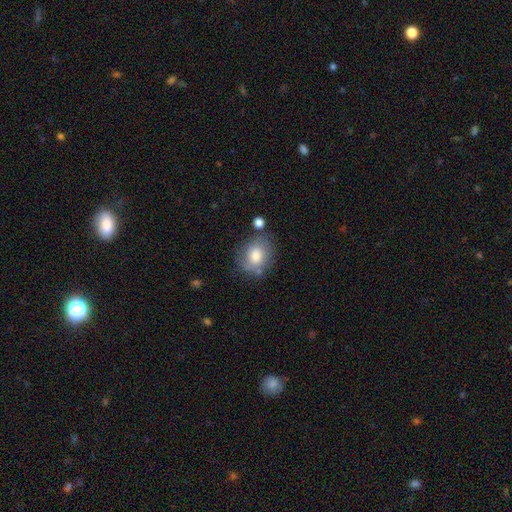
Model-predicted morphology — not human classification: Q: Smooth or featured?
A: smooth (76%); runner-up: featured or disk (15%)
Q: How rounded?
A: round (55%); runner-up: in between (44%)
Q: Merging?
A: none (66%); runner-up: minor disturbance (20%)